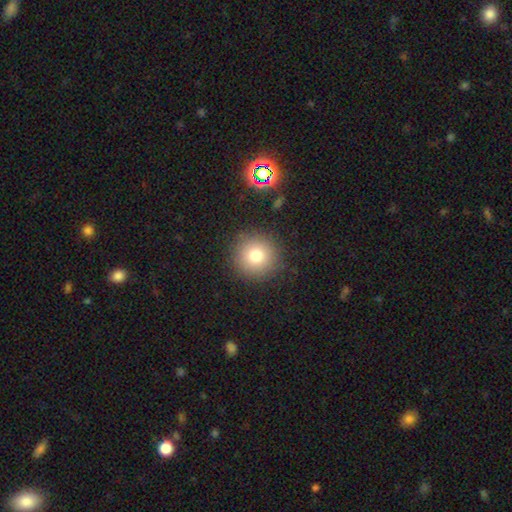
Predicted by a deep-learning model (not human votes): smooth-or-featured: smooth: 77% | star or artifact: 13% | featured or disk: 10%
  how-rounded: round: 94% | in between: 5% | cigar-shaped: 1%
  merging: none: 89% | minor disturbance: 7% | major disturbance: 3% | merger: 1%